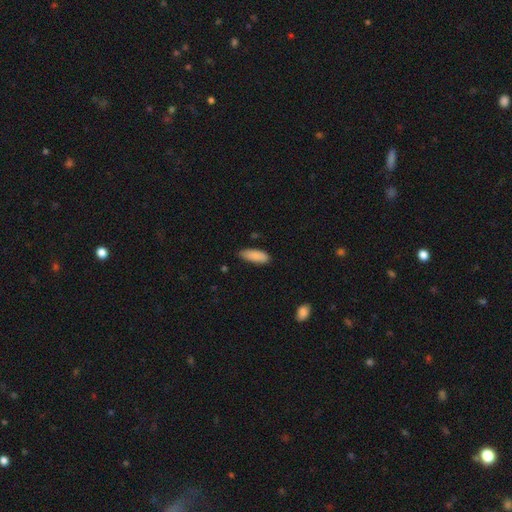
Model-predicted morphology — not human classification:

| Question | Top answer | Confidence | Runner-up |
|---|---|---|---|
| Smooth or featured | smooth | 88% | star or artifact (6%) |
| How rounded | in between | 72% | cigar-shaped (27%) |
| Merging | none | 74% | minor disturbance (22%) |